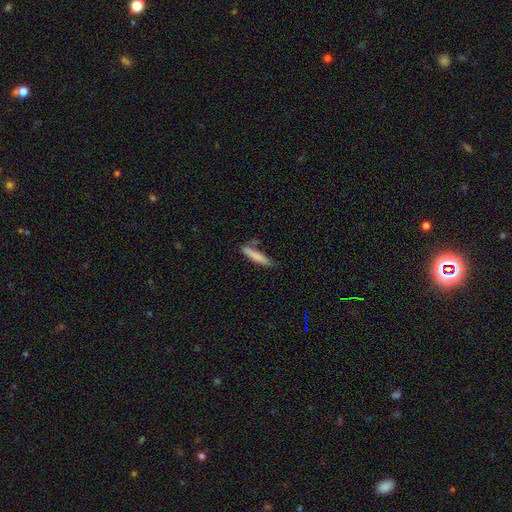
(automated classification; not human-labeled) Q: Smooth or featured?
A: smooth (81%); runner-up: featured or disk (13%)
Q: How rounded?
A: cigar-shaped (89%); runner-up: in between (10%)
Q: Merging?
A: none (72%); runner-up: minor disturbance (19%)